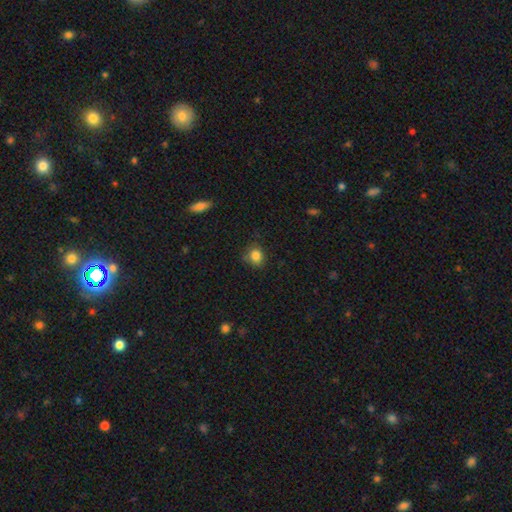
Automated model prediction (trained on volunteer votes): The model was most divided on "how rounded": round: 72%, in between: 27%, cigar-shaped: 1%. More confident: smooth or featured — smooth (83%); merging — none (73%).